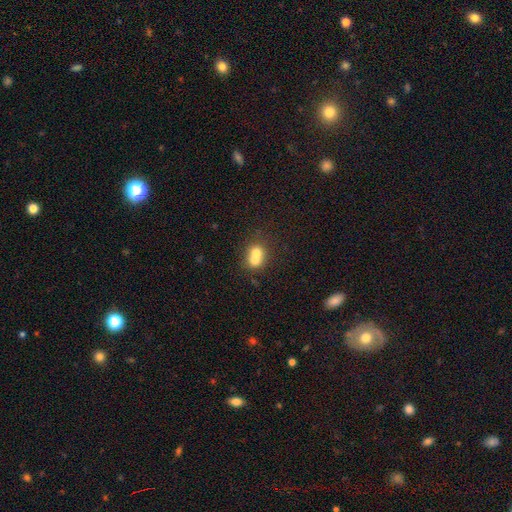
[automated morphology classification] This is likely a smooth galaxy (68%). How rounded: likely round (75%). Merging: likely merger (70%).